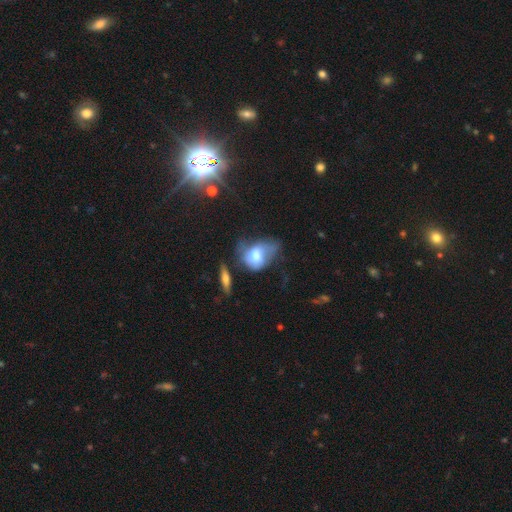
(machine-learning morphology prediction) Q: Smooth or featured?
A: smooth (61%); runner-up: featured or disk (31%)
Q: How rounded?
A: in between (70%); runner-up: round (28%)
Q: Merging?
A: major disturbance (39%); runner-up: minor disturbance (29%)